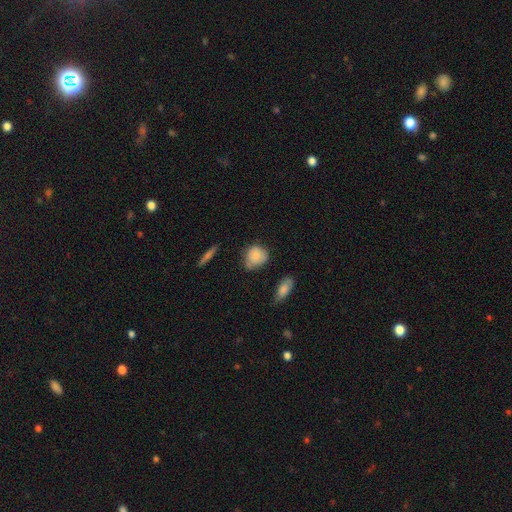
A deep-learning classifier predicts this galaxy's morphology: smooth-or-featured: smooth: 79% | featured or disk: 13% | star or artifact: 8%
  how-rounded: round: 67% | in between: 32% | cigar-shaped: 2%
  merging: none: 55% | minor disturbance: 34% | major disturbance: 7% | merger: 4%